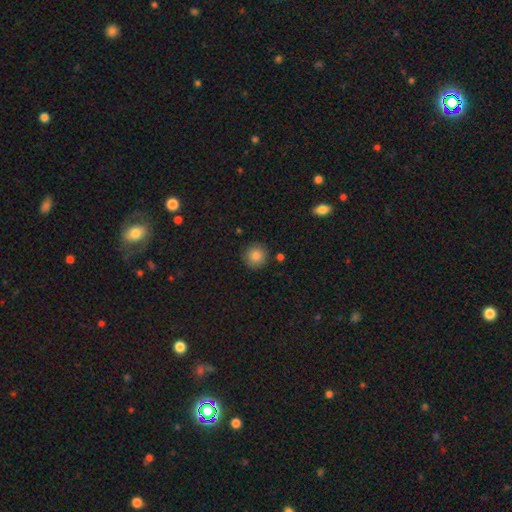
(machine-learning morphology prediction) Overall: smooth (84%). How rounded: round (94%). Merging: none (87%).